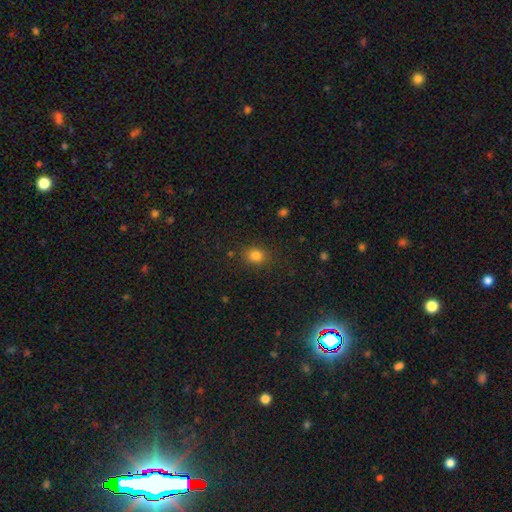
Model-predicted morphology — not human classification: Smooth or featured? Predicted: smooth (p=0.81). How rounded? Predicted: round (p=0.74). Merging? Predicted: none (p=0.86).